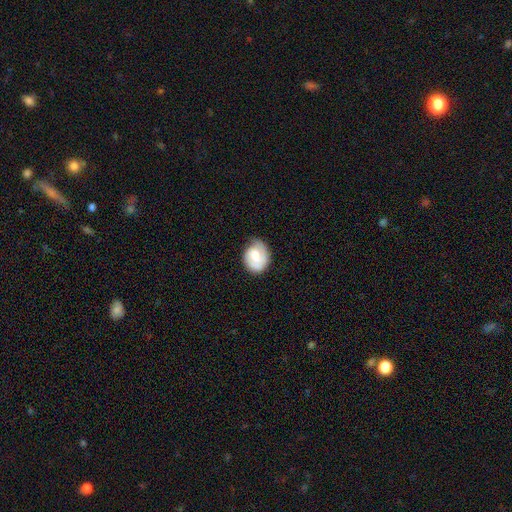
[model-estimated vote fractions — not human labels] This appears to be a featured or disk galaxy (48%). Merging: none (57%).